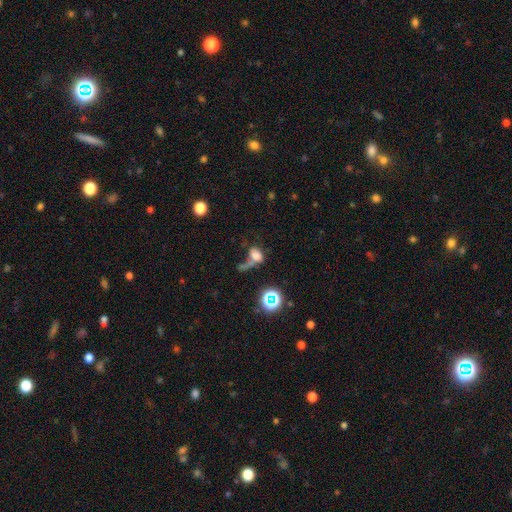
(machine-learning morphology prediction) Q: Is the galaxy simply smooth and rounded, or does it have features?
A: smooth — 62%.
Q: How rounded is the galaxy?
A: in between — 70%.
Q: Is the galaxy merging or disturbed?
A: merger — 32%, tied with major disturbance.